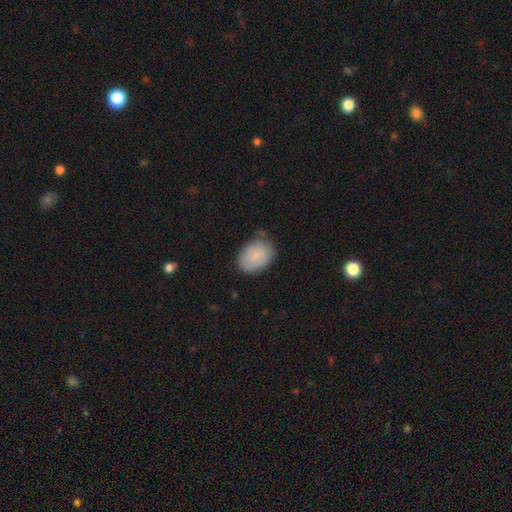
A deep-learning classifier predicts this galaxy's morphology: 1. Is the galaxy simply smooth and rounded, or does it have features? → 83% smooth, 10% featured or disk, 7% star or artifact.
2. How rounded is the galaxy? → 78% in between, 21% round, 1% cigar-shaped.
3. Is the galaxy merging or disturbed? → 72% none, 21% minor disturbance, 4% major disturbance, 2% merger.